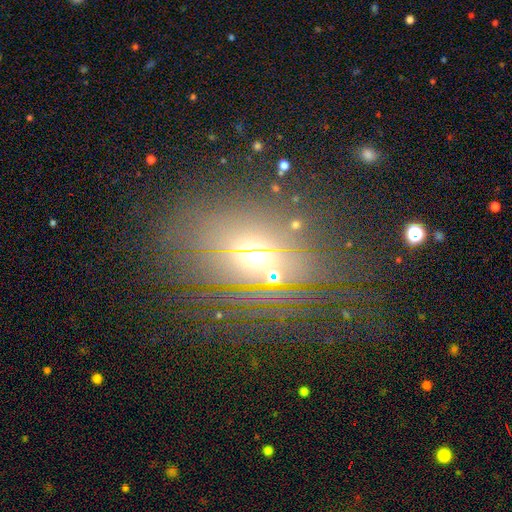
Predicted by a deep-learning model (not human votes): Smooth or featured? Predicted: star or artifact (p=0.40).